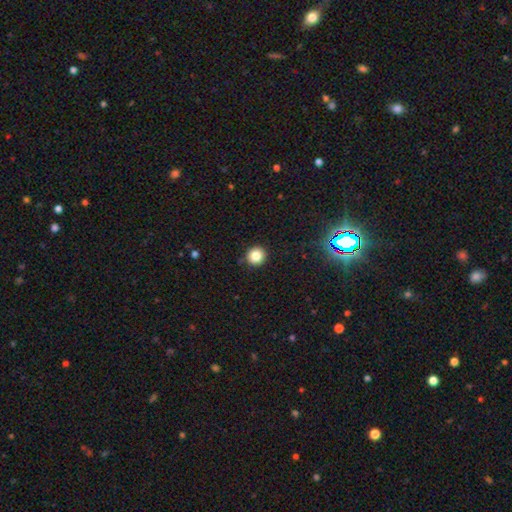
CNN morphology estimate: Smooth or featured?
  - smooth: 83% *
  - star or artifact: 12%
  - featured or disk: 5%
How rounded?
  - round: 94% *
  - in between: 5%
  - cigar-shaped: 1%
Merging?
  - none: 90% *
  - minor disturbance: 6%
  - major disturbance: 2%
  - merger: 2%